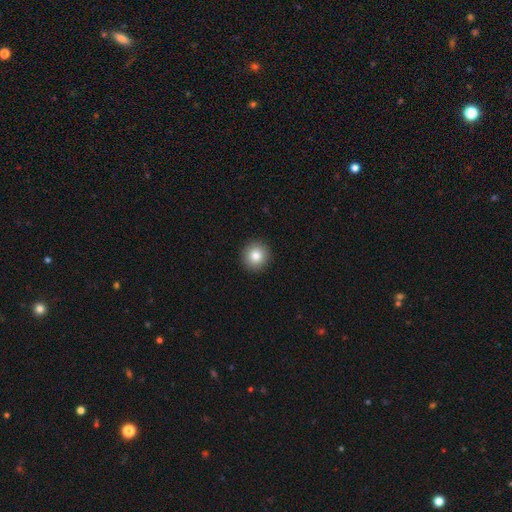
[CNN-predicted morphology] A smooth galaxy with no disk features (83%) that is round (93%). Merging: none (93%).